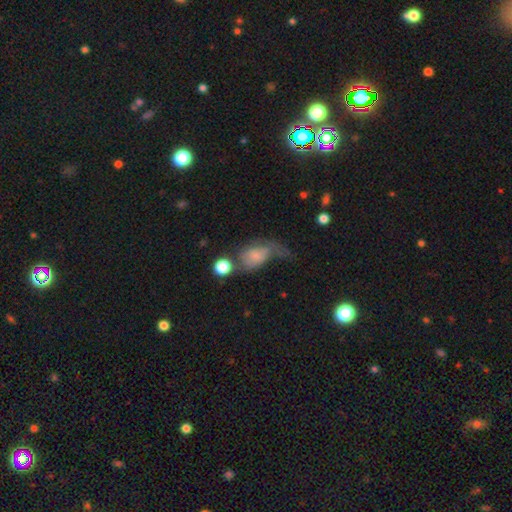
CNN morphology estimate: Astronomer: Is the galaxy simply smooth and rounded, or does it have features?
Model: smooth — 59%.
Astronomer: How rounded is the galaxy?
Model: in between — 79%.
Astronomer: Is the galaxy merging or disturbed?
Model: major disturbance — 44% (runner-up: minor disturbance, 23%).